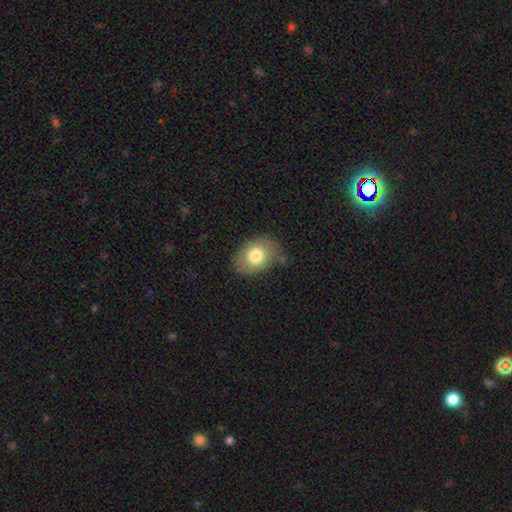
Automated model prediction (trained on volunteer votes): Smooth or featured? smooth (77%)
How rounded? in between (72%)
Merging? none (73%)